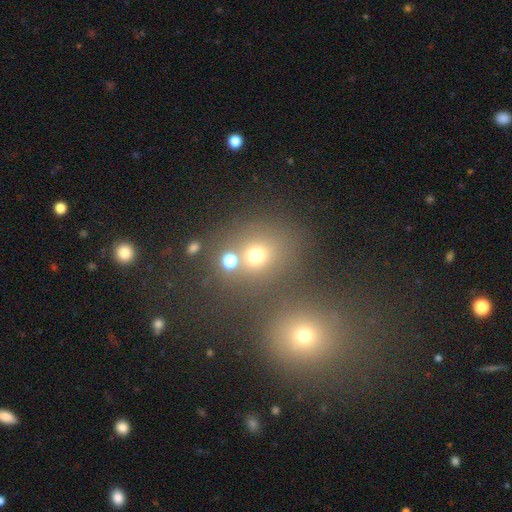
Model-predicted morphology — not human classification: smooth-or-featured: smooth: 67% | star or artifact: 23% | featured or disk: 10%
  how-rounded: round: 78% | in between: 21% | cigar-shaped: 1%
  merging: none: 61% | merger: 24% | minor disturbance: 10% | major disturbance: 5%